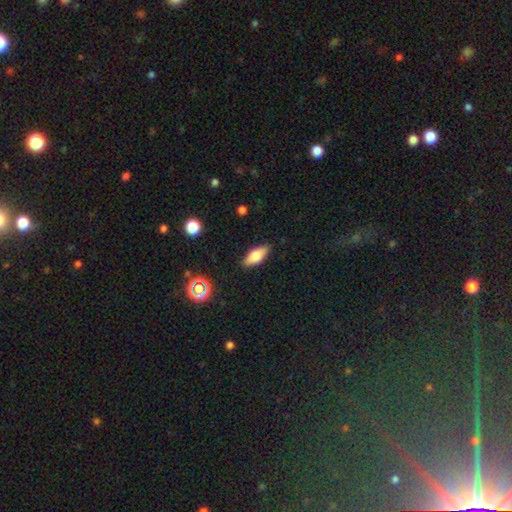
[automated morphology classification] Smooth or featured? smooth (67%)
How rounded? in between (80%)
Merging? none (86%)